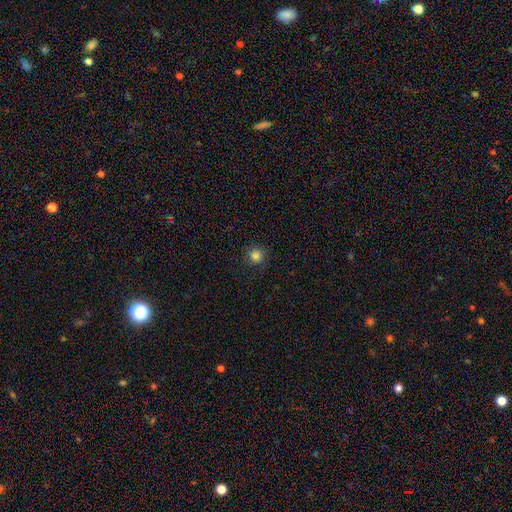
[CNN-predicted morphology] This appears to be a smooth galaxy with no disk features (82%) that is round (93%). Merging: none (86%).